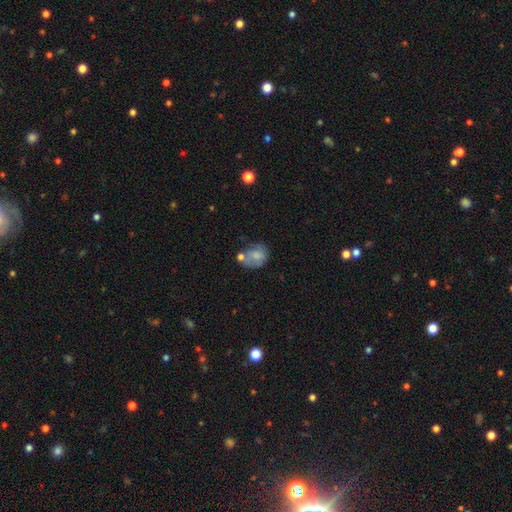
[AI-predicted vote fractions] Smooth or featured: smooth — 62% (featured or disk — 29%)
How rounded: in between — 50% (round — 49%)
Merging: none — 39% (minor disturbance — 26%)